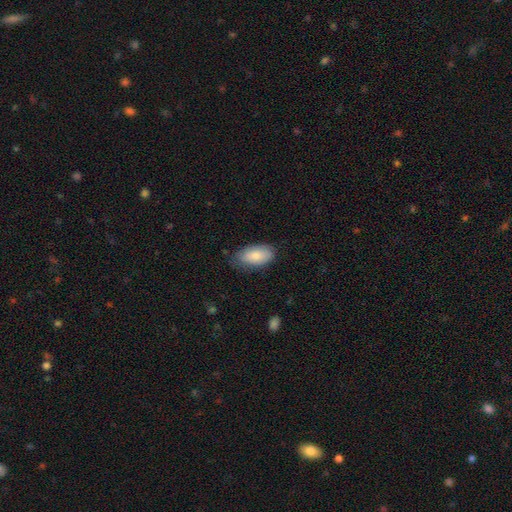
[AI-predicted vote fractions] This is clearly a smooth galaxy (83%). How rounded: clearly in between (94%). Merging: likely none (71%).